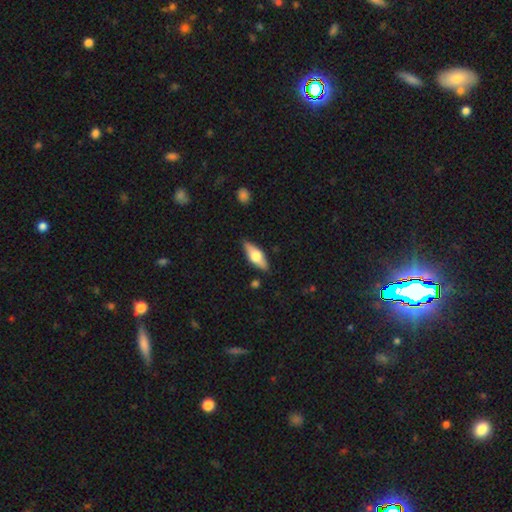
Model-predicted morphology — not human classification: The model was most divided on "smooth or featured": featured or disk: 48%, smooth: 46%, star or artifact: 6%. More confident: merging — none (86%).